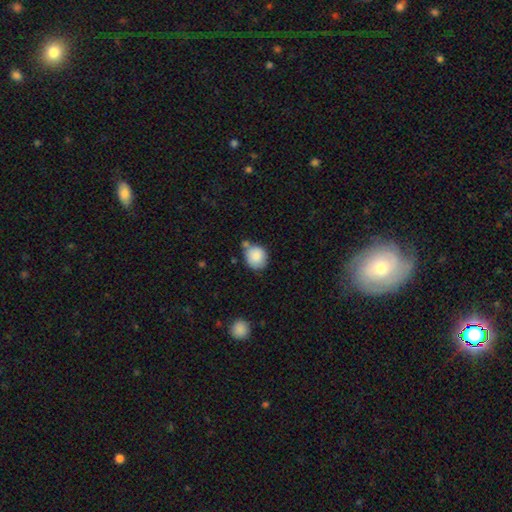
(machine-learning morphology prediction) This appears to be a smooth galaxy with no disk features (87%) that is round (81%). Merging: none (56%).